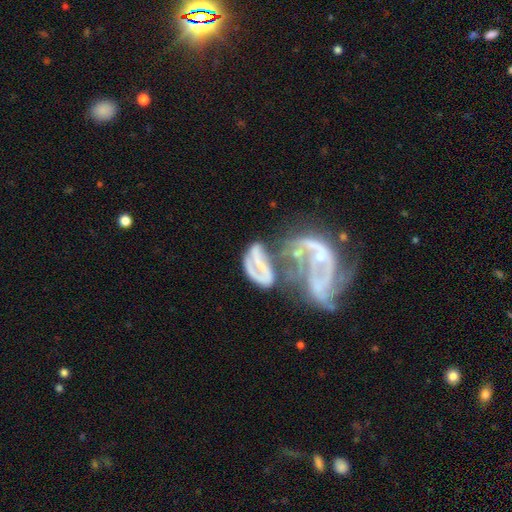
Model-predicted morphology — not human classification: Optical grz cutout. It shows a featured or disk galaxy (70%) with no bar (40%), spiral arms (72%) and no central bulge (42%). Merging: merger (43%).